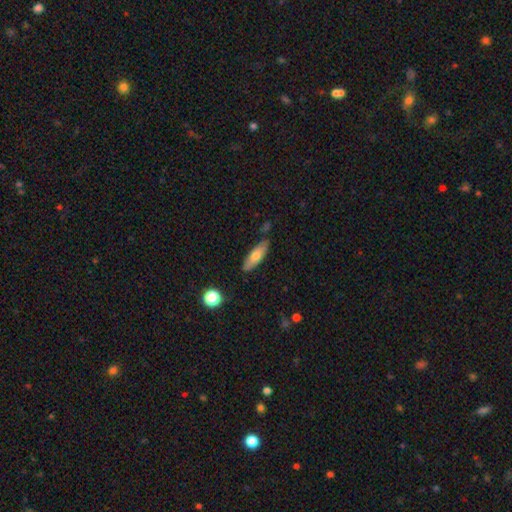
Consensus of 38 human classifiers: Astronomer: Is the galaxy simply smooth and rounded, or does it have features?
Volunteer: smooth — 55% (runner-up: featured or disk, 39%).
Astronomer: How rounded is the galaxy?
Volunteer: in between — 57% (runner-up: cigar-shaped, 38%).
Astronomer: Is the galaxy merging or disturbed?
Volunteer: none — 89%.